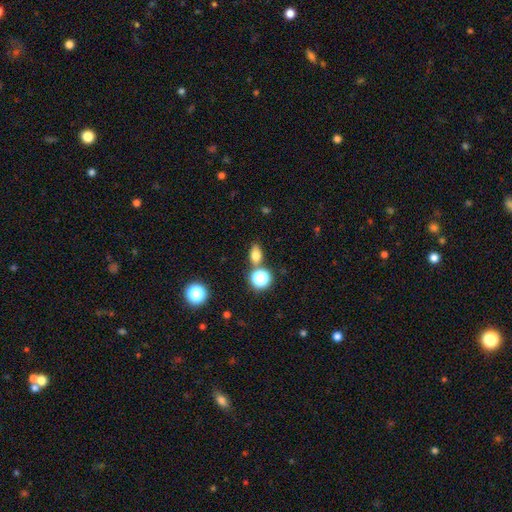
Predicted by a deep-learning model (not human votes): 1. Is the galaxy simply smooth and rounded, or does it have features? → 73% smooth, 17% star or artifact, 10% featured or disk.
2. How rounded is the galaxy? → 71% in between, 26% round, 3% cigar-shaped.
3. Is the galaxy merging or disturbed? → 73% none, 13% merger, 10% minor disturbance, 3% major disturbance.